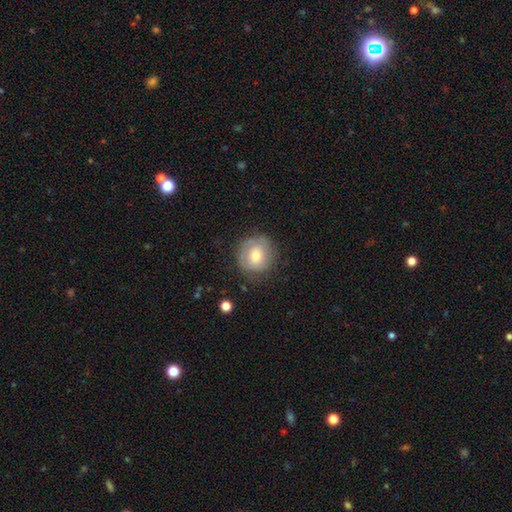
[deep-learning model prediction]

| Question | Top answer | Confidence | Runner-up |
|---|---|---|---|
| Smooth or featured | smooth | 63% | featured or disk (29%) |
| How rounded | round | 89% | in between (10%) |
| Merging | none | 72% | minor disturbance (19%) |